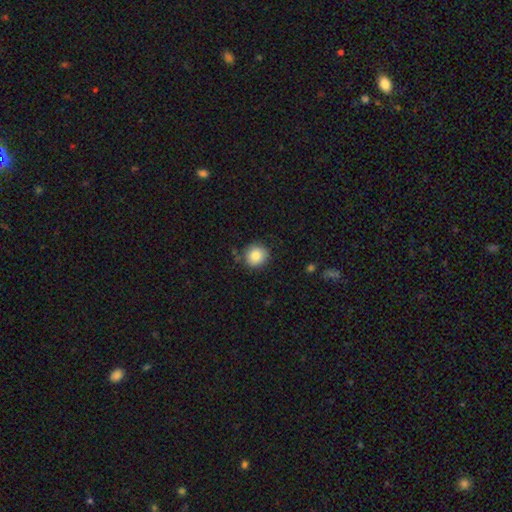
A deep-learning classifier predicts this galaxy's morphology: Smooth or featured? Predicted: smooth (p=0.86). How rounded? Predicted: round (p=0.89). Merging? Predicted: none (p=0.84).